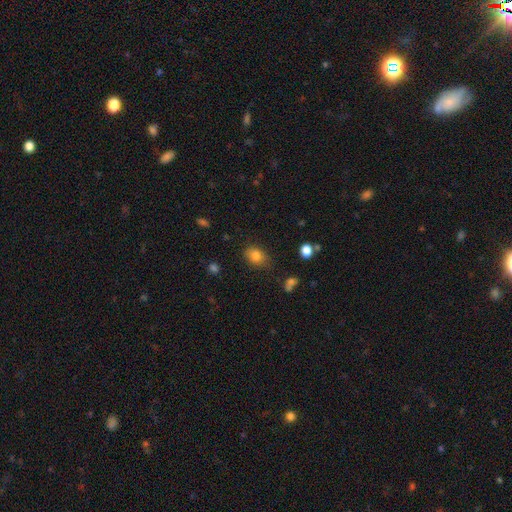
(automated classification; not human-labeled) Smooth or featured? Predicted: smooth (p=0.81). How rounded? Predicted: in between (p=0.70). Merging? Predicted: none (p=0.78).